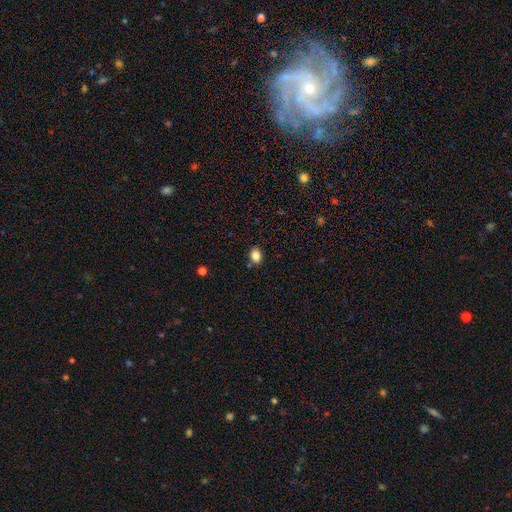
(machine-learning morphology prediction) The model was most divided on "how rounded": in between: 63%, round: 36%, cigar-shaped: 1%. More confident: smooth or featured — smooth (84%); merging — none (82%).